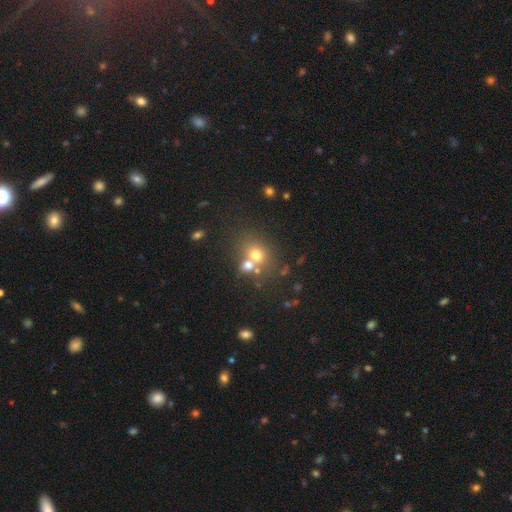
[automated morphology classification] A smooth galaxy with no disk features (68%) that is round (67%).

Vote fractions:
- Smooth or featured? smooth: 68% / star or artifact: 17% / featured or disk: 16%
- How rounded? round: 67% / in between: 32% / cigar-shaped: 1%
- Merging? none: 45% / merger: 41% / minor disturbance: 9% / major disturbance: 5%